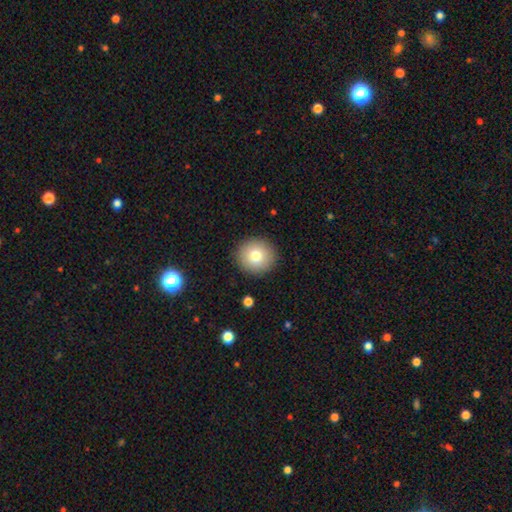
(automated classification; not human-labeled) Q: Smooth or featured?
A: smooth (77%); runner-up: featured or disk (12%)
Q: How rounded?
A: round (93%); runner-up: in between (6%)
Q: Merging?
A: none (91%); runner-up: minor disturbance (6%)